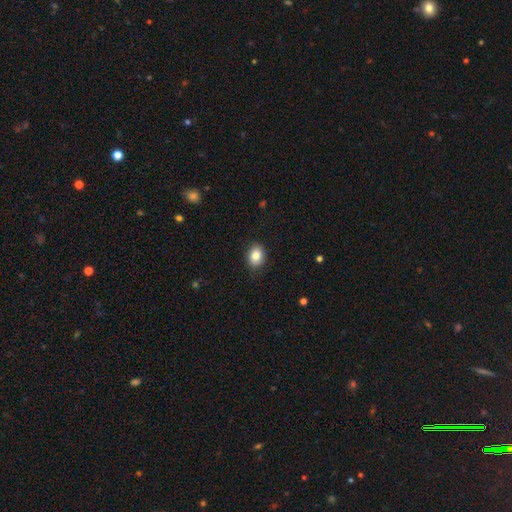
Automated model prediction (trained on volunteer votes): Q: Smooth or featured?
A: smooth (85%); runner-up: star or artifact (8%)
Q: How rounded?
A: in between (65%); runner-up: round (34%)
Q: Merging?
A: none (88%); runner-up: minor disturbance (9%)